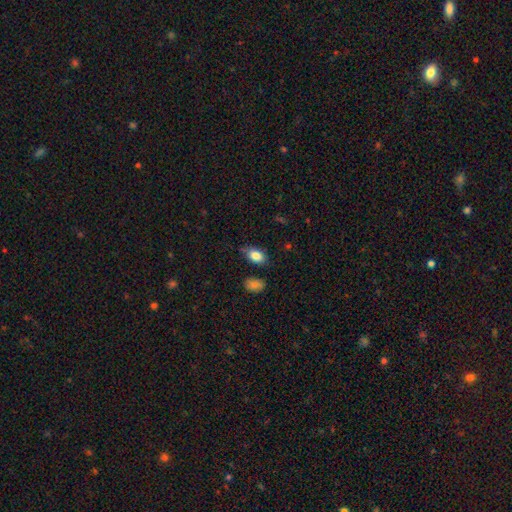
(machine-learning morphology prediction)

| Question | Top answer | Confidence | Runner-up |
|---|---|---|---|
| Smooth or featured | smooth | 84% | featured or disk (8%) |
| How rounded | in between | 88% | round (9%) |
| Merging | none | 67% | minor disturbance (25%) |